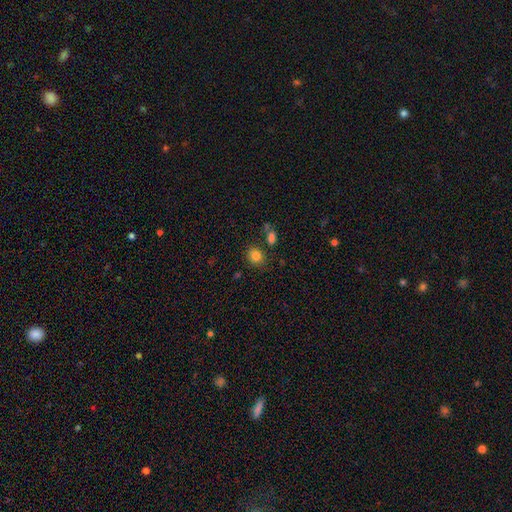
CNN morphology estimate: smooth_or_featured: smooth (p=0.83) [alt: star or artifact p=0.11]
how_rounded: round (p=0.68) [alt: in between p=0.31]
merging: none (p=0.80) [alt: minor disturbance p=0.11]